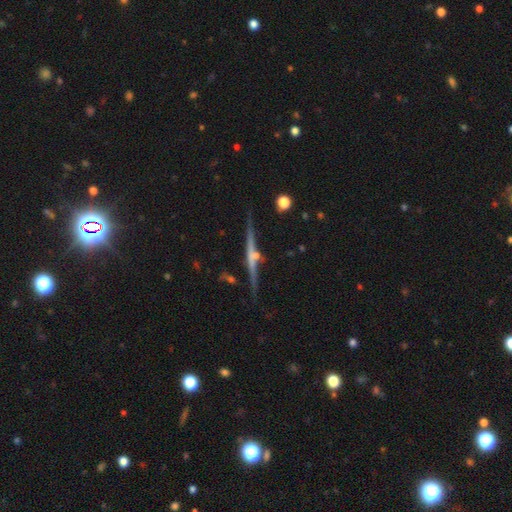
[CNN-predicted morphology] Overall: featured or disk (79%). Edge-on disk: yes (98%). Edge-on bulge: rounded (67%). Merging: none (82%).